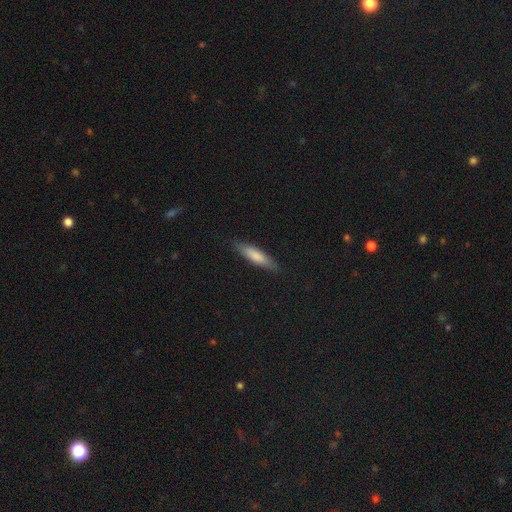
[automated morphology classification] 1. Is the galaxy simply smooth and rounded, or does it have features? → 77% smooth, 17% featured or disk, 5% star or artifact.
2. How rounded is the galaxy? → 72% cigar-shaped, 26% in between, 1% round.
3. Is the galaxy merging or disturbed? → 85% none, 12% minor disturbance, 2% major disturbance, 1% merger.